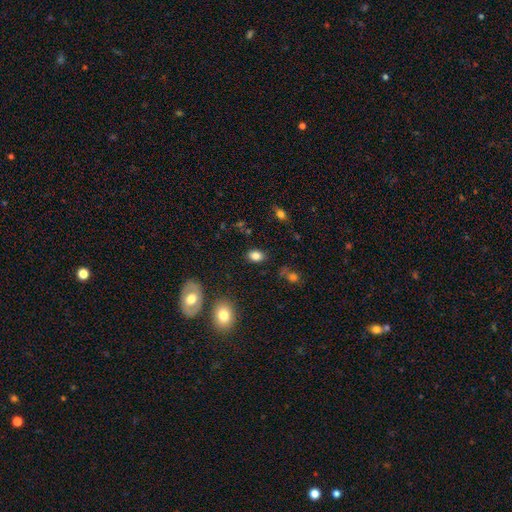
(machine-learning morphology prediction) This is clearly a smooth galaxy (82%). How rounded: likely in between (80%). Merging: clearly none (83%).